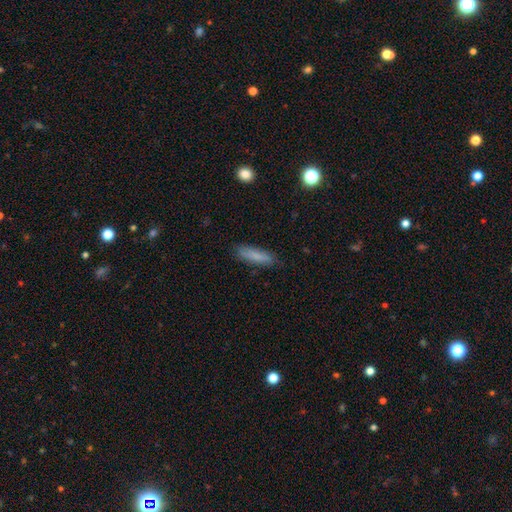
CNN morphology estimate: type=smooth (82%); roundness=cigar-shaped (73%); merging=none (85%).